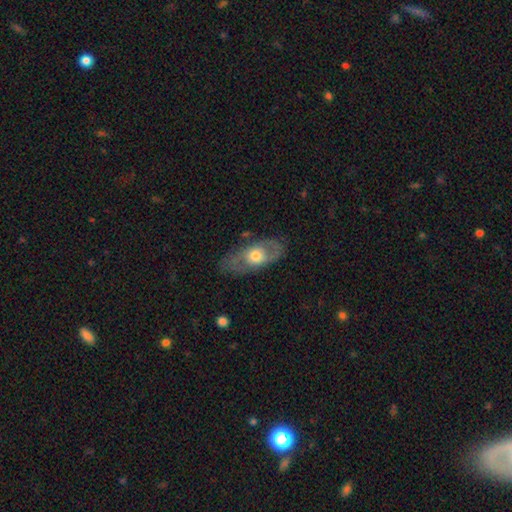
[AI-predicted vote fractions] The model was most divided on "smooth or featured": featured or disk: 56%, smooth: 38%, star or artifact: 6%. More confident: edge-on disk — no (82%); merging — none (73%).